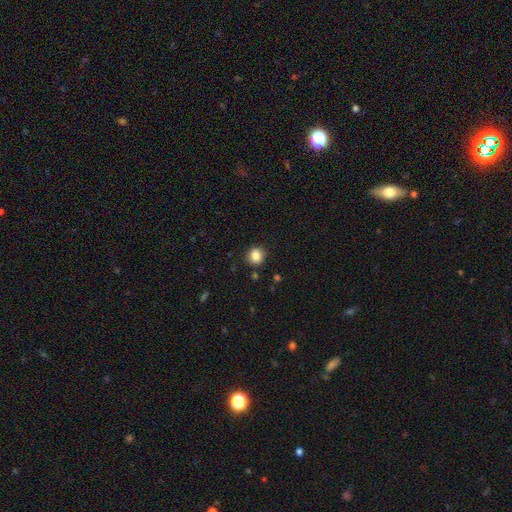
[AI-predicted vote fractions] Smooth or featured?
  - smooth: 85% *
  - star or artifact: 10%
  - featured or disk: 5%
How rounded?
  - round: 84% *
  - in between: 15%
  - cigar-shaped: 1%
Merging?
  - none: 89% *
  - minor disturbance: 7%
  - major disturbance: 2%
  - merger: 1%